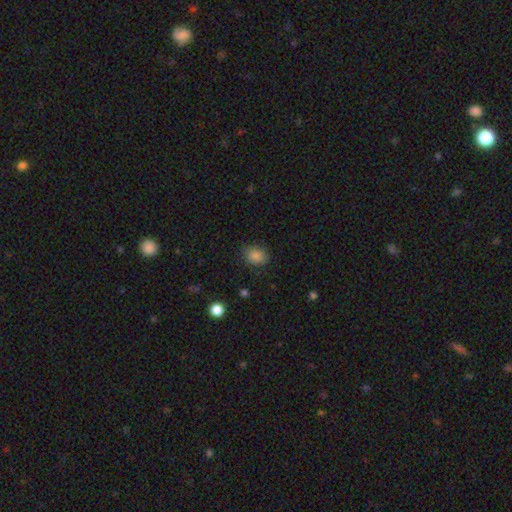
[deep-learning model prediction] Morphology: type=smooth (86%); roundness=in between (54%); merging=none (82%).